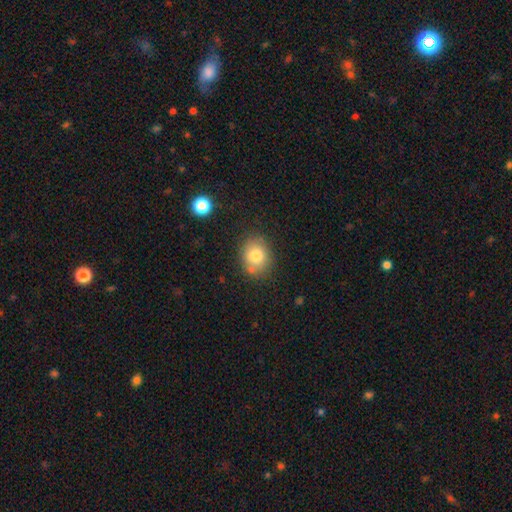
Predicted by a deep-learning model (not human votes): This appears to be a smooth galaxy with no disk features (79%) that is round (60%). Merging: none (76%).